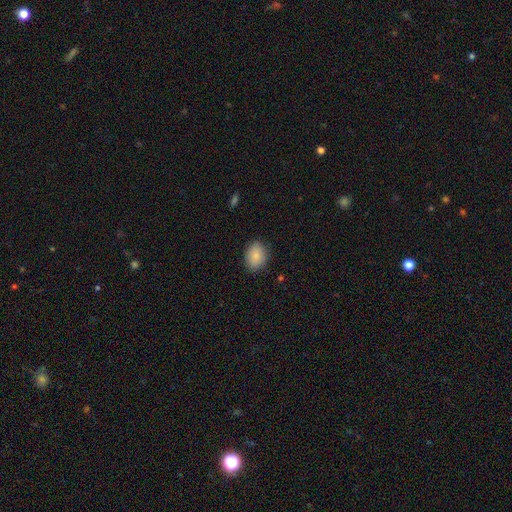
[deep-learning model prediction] A smooth galaxy with no disk features (87%) that is in between round and cigar-shaped (66%). Merging: none (85%).